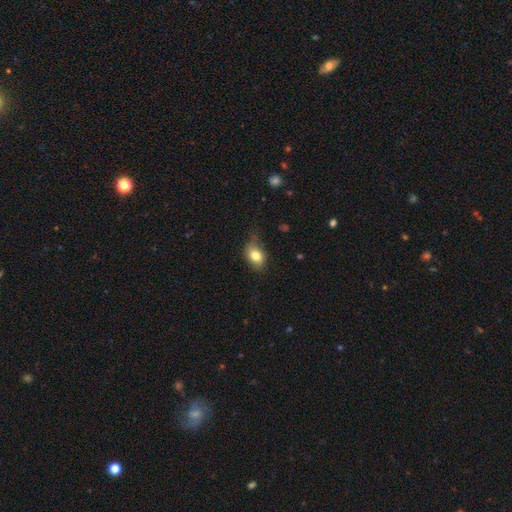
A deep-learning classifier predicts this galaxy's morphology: Smooth or featured?
  - smooth: 80% *
  - featured or disk: 11%
  - star or artifact: 9%
How rounded?
  - in between: 76% *
  - round: 23%
  - cigar-shaped: 2%
Merging?
  - none: 64% *
  - minor disturbance: 28%
  - major disturbance: 7%
  - merger: 2%